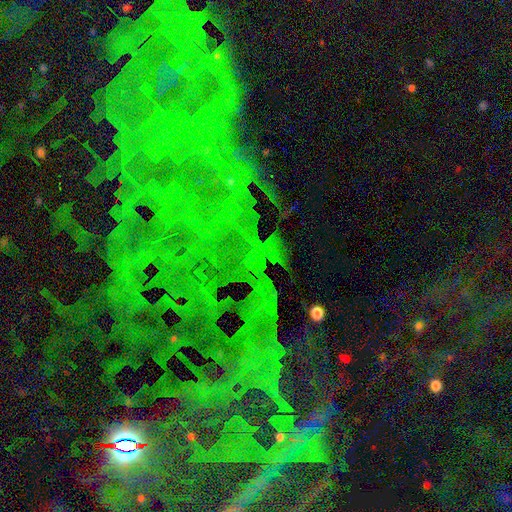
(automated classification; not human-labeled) Overall: star or artifact (80%).